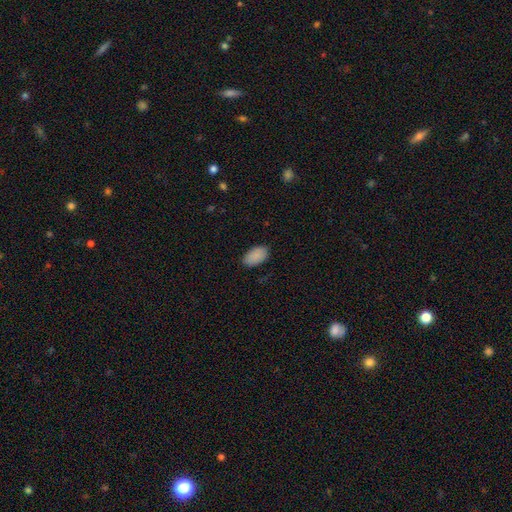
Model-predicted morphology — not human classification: smooth-or-featured: smooth: 89% | star or artifact: 7% | featured or disk: 4%
  how-rounded: in between: 95% | round: 4% | cigar-shaped: 1%
  merging: none: 85% | minor disturbance: 12% | major disturbance: 2% | merger: 1%